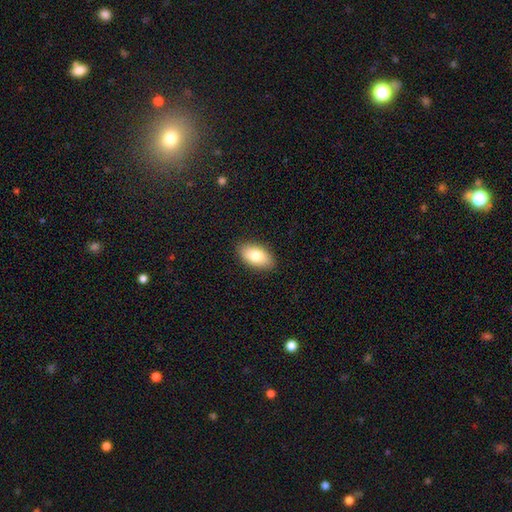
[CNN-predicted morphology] Smooth or featured: smooth — 80% (featured or disk — 13%)
How rounded: in between — 94% (round — 4%)
Merging: none — 88% (minor disturbance — 9%)